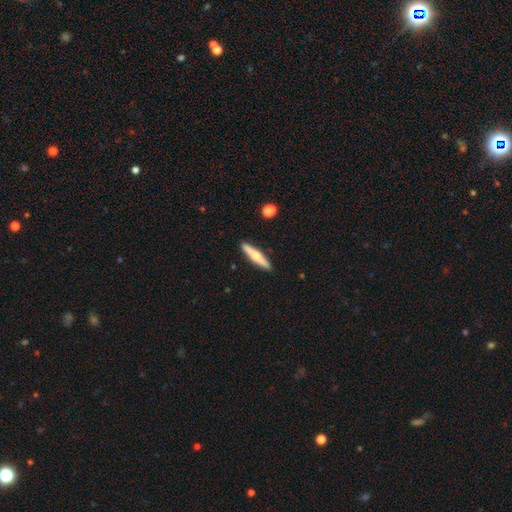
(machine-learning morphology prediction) The model was most divided on "smooth or featured": featured or disk: 50%, smooth: 44%, star or artifact: 6%. More confident: edge-on disk — yes (96%); merging — none (90%).